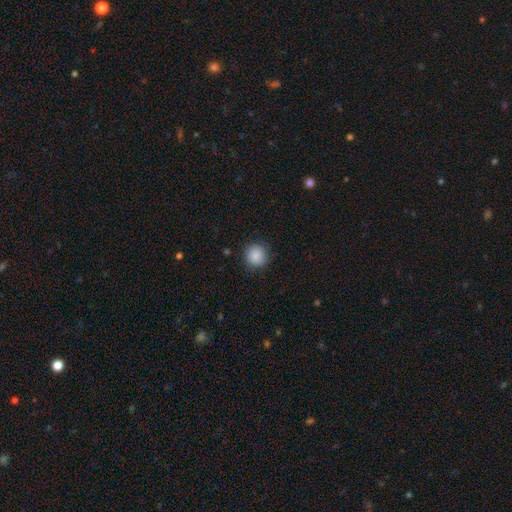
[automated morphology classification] type=smooth (88%); roundness=round (91%); merging=none (86%).